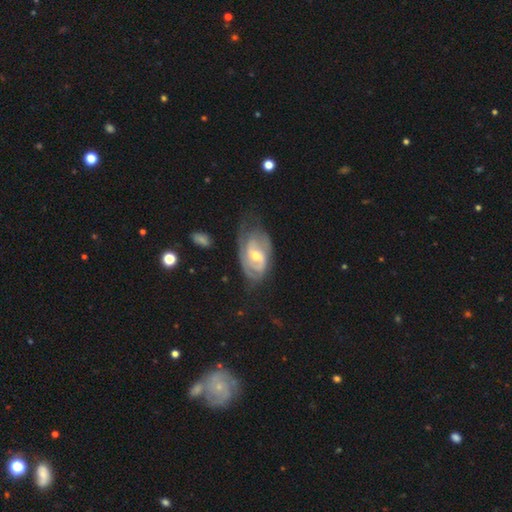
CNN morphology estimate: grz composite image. It shows a featured or disk galaxy (81%) with a weak bar (49%), 2 (51%) tight (54%) spiral arms (89%) and a moderate central bulge (61%). Merging: none (53%).